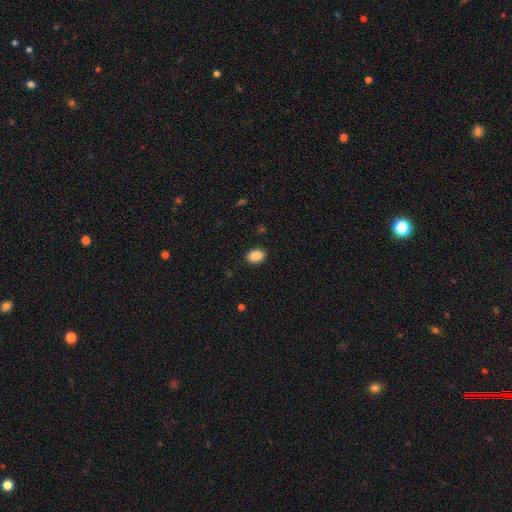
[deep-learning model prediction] A smooth galaxy with no disk features (89%) that is in between round and cigar-shaped (76%).

Vote fractions:
- Smooth or featured? smooth: 89% / star or artifact: 8% / featured or disk: 3%
- How rounded? in between: 76% / round: 23% / cigar-shaped: 1%
- Merging? none: 89% / minor disturbance: 8% / major disturbance: 2% / merger: 1%